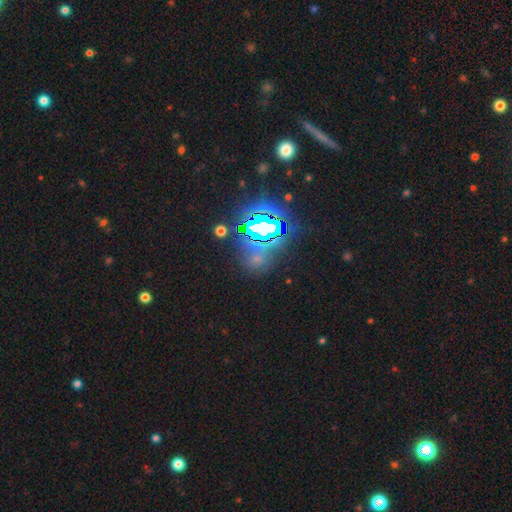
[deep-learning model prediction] smooth-or-featured: star or artifact: 69% | smooth: 21% | featured or disk: 10%